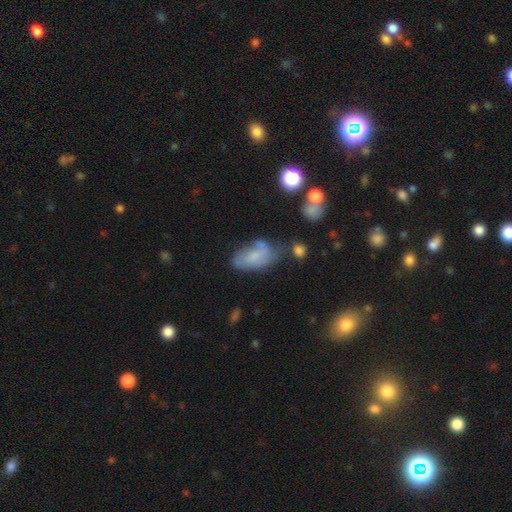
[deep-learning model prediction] Morphology: type=smooth (50%); roundness=in between (91%); merging=none (42%).